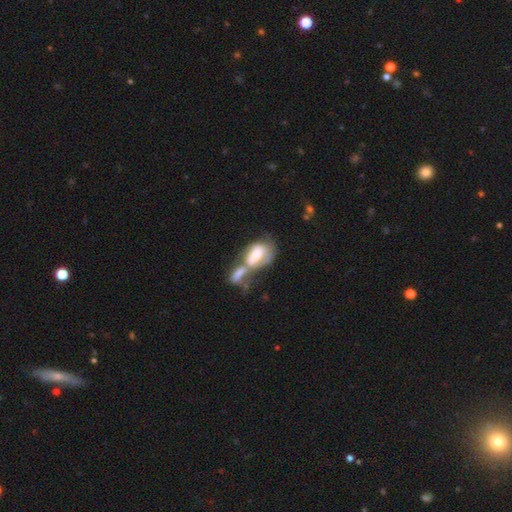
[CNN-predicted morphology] Smooth or featured? Predicted: smooth (p=0.50). How rounded? Predicted: in between (p=0.88). Merging? Predicted: merger (p=0.69).